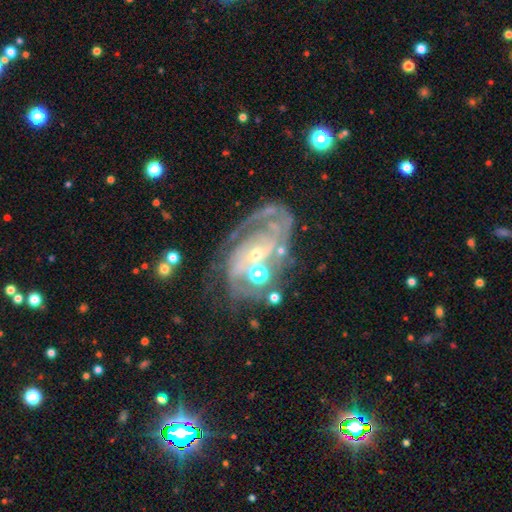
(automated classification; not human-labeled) The model was most divided on "spiral winding": tight: 52%, medium: 36%, loose: 12%. Remaining: edge-on disk — no (97%); spiral arms — yes (93%); smooth or featured — featured or disk (86%); bulge size — small (61%); bar — no (55%); merging — none (49%); spiral arm count — 2 (44%).